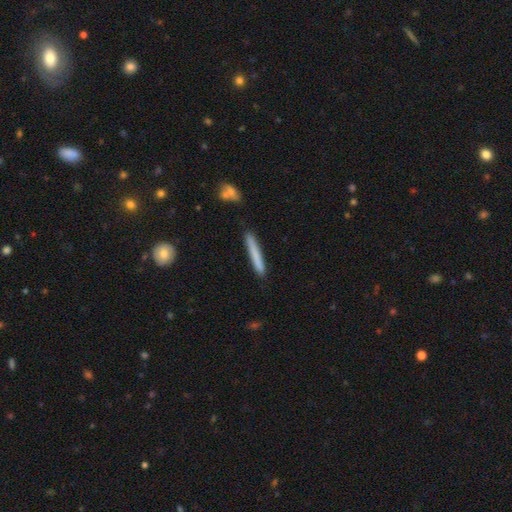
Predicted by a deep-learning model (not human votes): Q: Smooth or featured?
A: smooth (74%); runner-up: featured or disk (20%)
Q: How rounded?
A: cigar-shaped (96%); runner-up: in between (2%)
Q: Merging?
A: none (87%); runner-up: minor disturbance (9%)